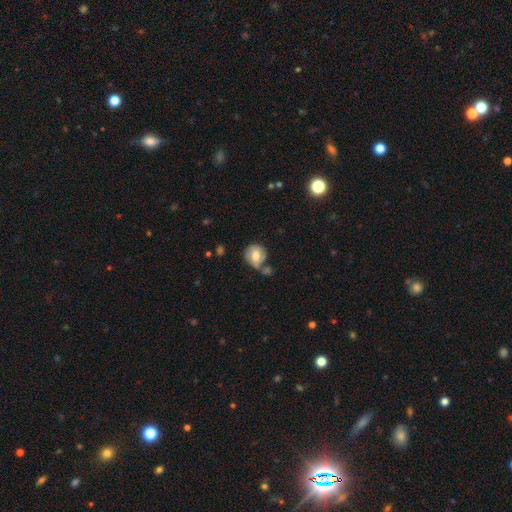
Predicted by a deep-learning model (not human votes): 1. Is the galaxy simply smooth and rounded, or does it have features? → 58% smooth, 34% featured or disk, 8% star or artifact.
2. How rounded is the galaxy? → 77% round, 22% in between, 1% cigar-shaped.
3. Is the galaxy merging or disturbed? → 46% none, 22% minor disturbance, 22% merger, 10% major disturbance.